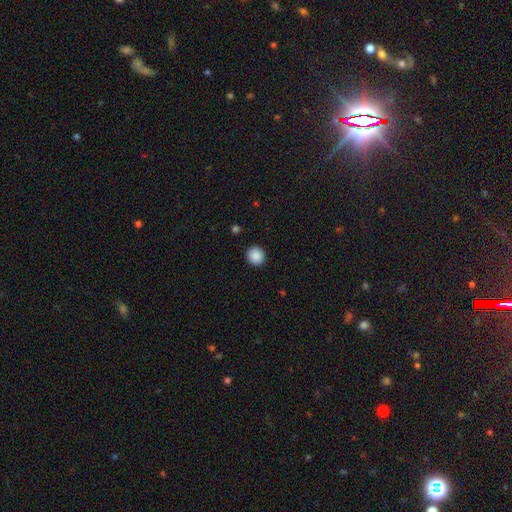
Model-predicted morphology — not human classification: type=smooth (89%); roundness=round (89%); merging=none (92%).